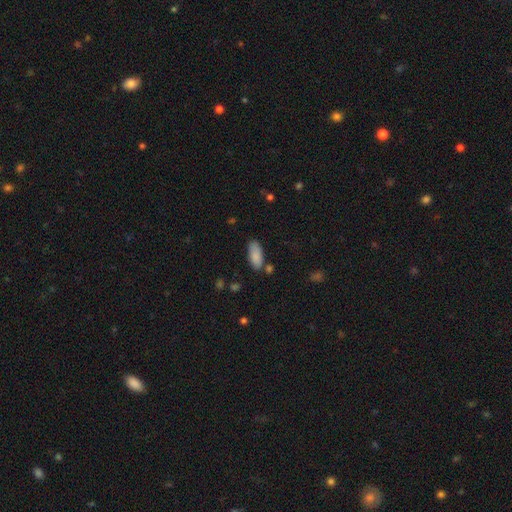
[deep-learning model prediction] Q: Smooth or featured?
A: smooth (86%); runner-up: featured or disk (7%)
Q: How rounded?
A: in between (85%); runner-up: cigar-shaped (13%)
Q: Merging?
A: none (72%); runner-up: minor disturbance (17%)